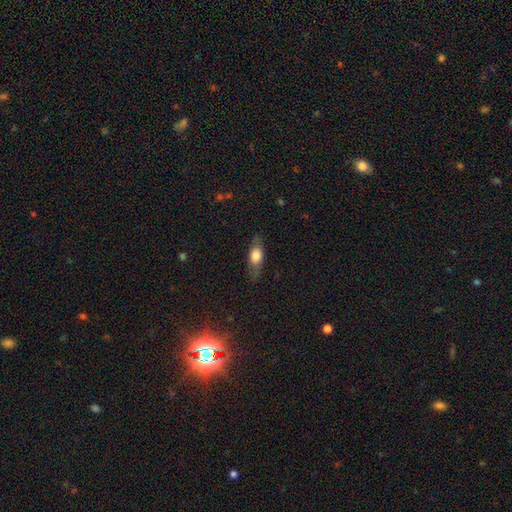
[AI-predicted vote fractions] Smooth or featured? Predicted: smooth (p=0.64). How rounded? Predicted: in between (p=0.70). Merging? Predicted: none (p=0.76).